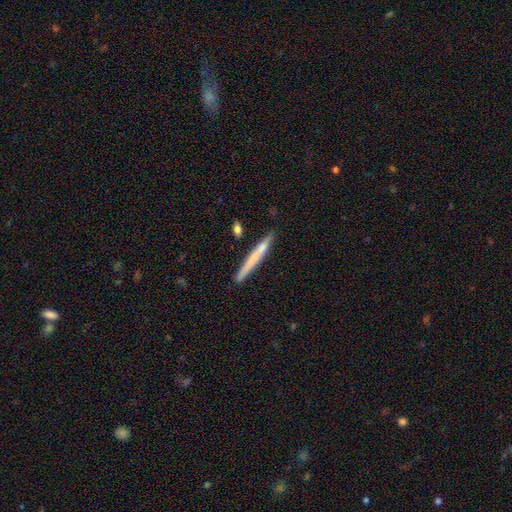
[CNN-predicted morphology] smooth_or_featured: smooth (p=0.62) [alt: featured or disk p=0.32]
how_rounded: cigar-shaped (p=0.97) [alt: in between p=0.02]
merging: none (p=0.83) [alt: minor disturbance p=0.11]